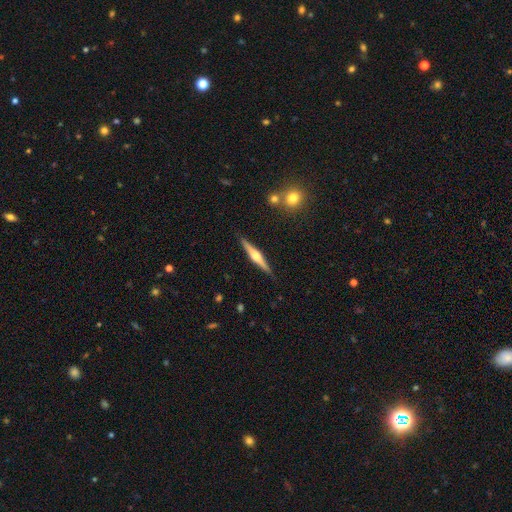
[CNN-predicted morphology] featured or disk 75%, smooth 20%, star or artifact 5%. Down the decision tree: edge-on disk — yes (98%); edge-on bulge — rounded (92%); merging — none (90%).